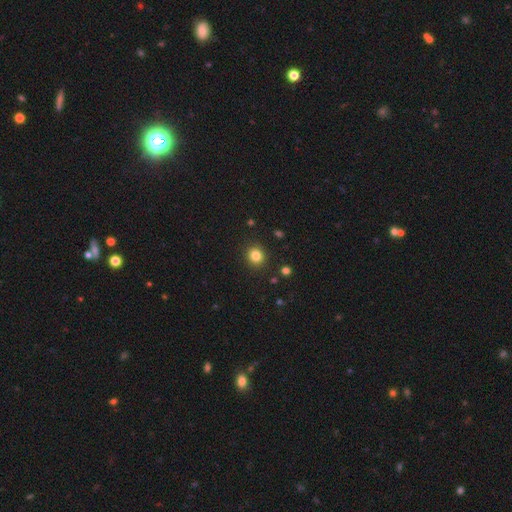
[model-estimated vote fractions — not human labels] A smooth galaxy with no disk features (83%) that is round (87%).

Vote fractions:
- Smooth or featured? smooth: 83% / star or artifact: 12% / featured or disk: 5%
- How rounded? round: 87% / in between: 12% / cigar-shaped: 1%
- Merging? none: 91% / minor disturbance: 6% / major disturbance: 2% / merger: 1%